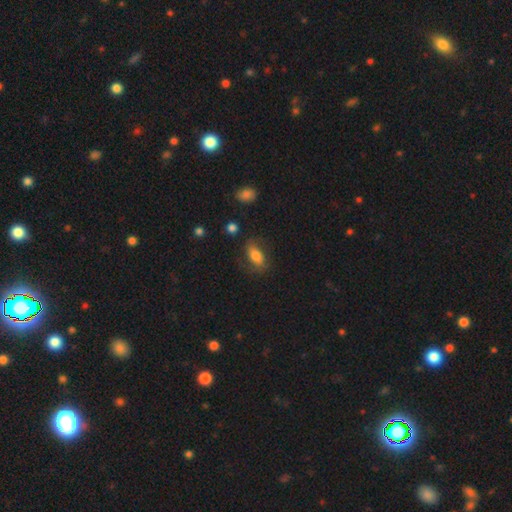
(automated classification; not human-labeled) Smooth or featured? Predicted: smooth (p=0.61). How rounded? Predicted: in between (p=0.83). Merging? Predicted: none (p=0.67).